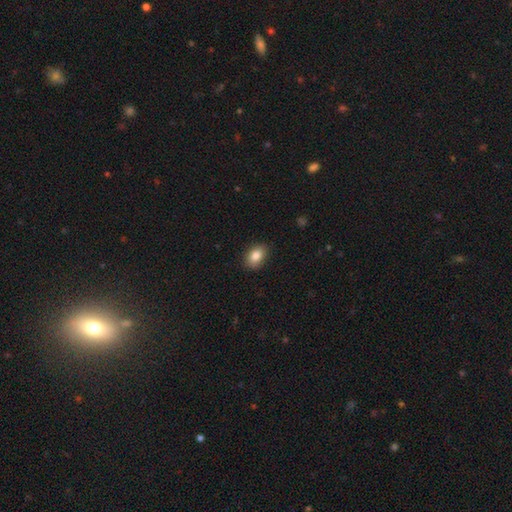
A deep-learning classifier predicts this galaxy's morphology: smooth 85%, star or artifact 8%, featured or disk 7%. Down the decision tree: how rounded — in between (78%); merging — none (86%).